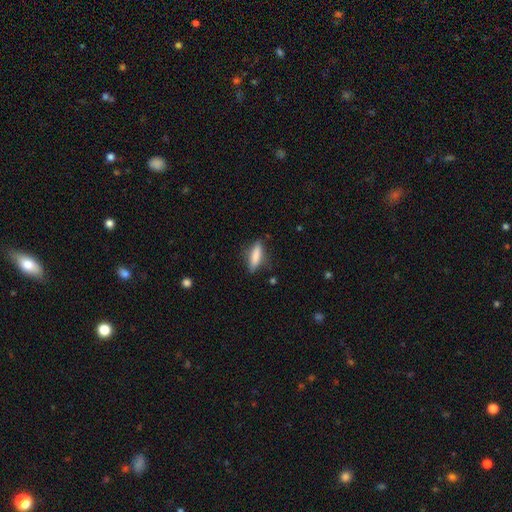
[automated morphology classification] Smooth or featured: smooth — 77% (featured or disk — 16%)
How rounded: cigar-shaped — 55% (in between — 43%)
Merging: none — 78% (minor disturbance — 16%)